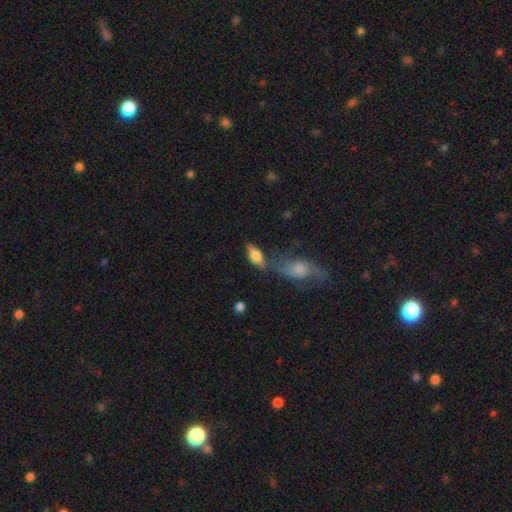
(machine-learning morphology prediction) Smooth or featured?
  - smooth: 59% *
  - featured or disk: 33%
  - star or artifact: 8%
How rounded?
  - in between: 78% *
  - cigar-shaped: 17%
  - round: 5%
Merging?
  - none: 55% *
  - minor disturbance: 19%
  - merger: 17%
  - major disturbance: 8%